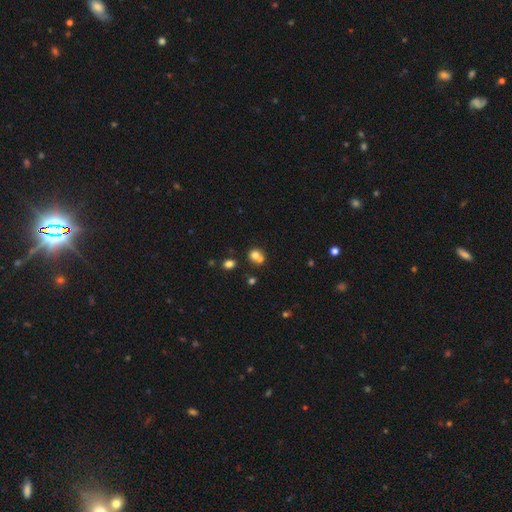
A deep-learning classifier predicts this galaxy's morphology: Smooth or featured?
  - smooth: 73% *
  - featured or disk: 14%
  - star or artifact: 14%
How rounded?
  - round: 75% *
  - in between: 24%
  - cigar-shaped: 1%
Merging?
  - merger: 46% *
  - none: 43%
  - minor disturbance: 8%
  - major disturbance: 3%